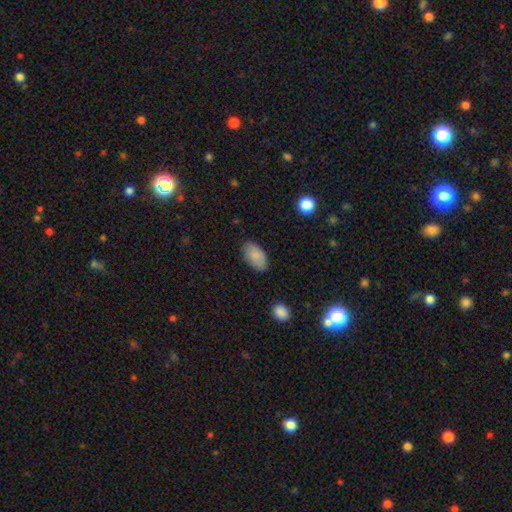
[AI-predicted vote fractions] Smooth or featured? smooth (87%)
How rounded? in between (95%)
Merging? none (85%)